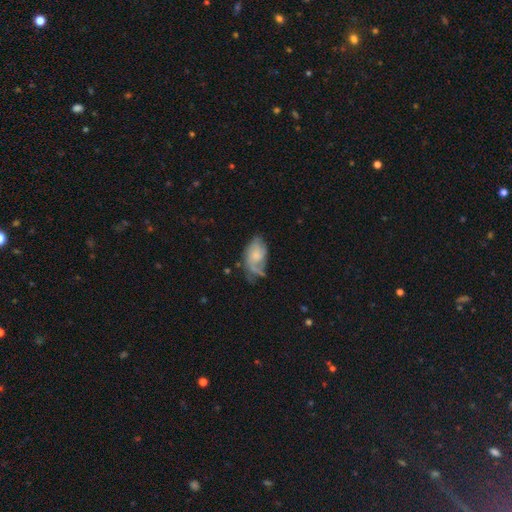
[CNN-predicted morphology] This is possibly a featured or disk galaxy (54%). It is clearly not viewed edge-on (95%). Bar: likely no (74%). Spiral arm pattern: clearly yes (82%). Central bulge: marginally small (37%). Merging: marginally none (41%).